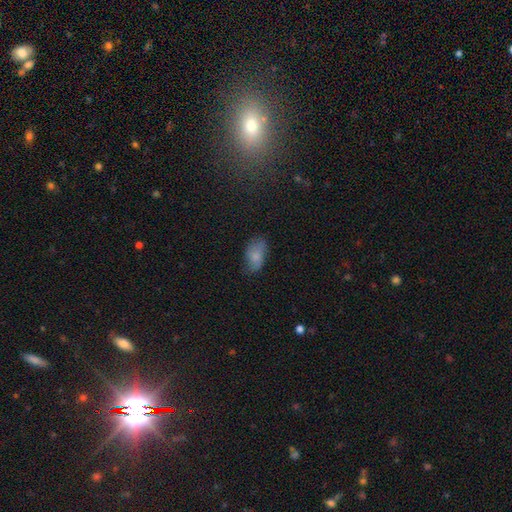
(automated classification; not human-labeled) Overall: smooth (75%). How rounded: in between (92%). Merging: none (57%; minor disturbance 30%).